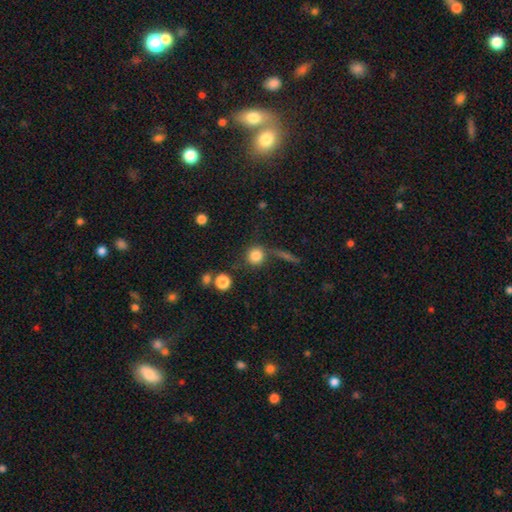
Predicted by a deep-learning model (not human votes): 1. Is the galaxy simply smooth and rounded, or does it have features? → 82% smooth, 11% star or artifact, 7% featured or disk.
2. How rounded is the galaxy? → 90% round, 8% in between, 1% cigar-shaped.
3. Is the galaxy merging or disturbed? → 72% none, 12% minor disturbance, 11% merger, 5% major disturbance.